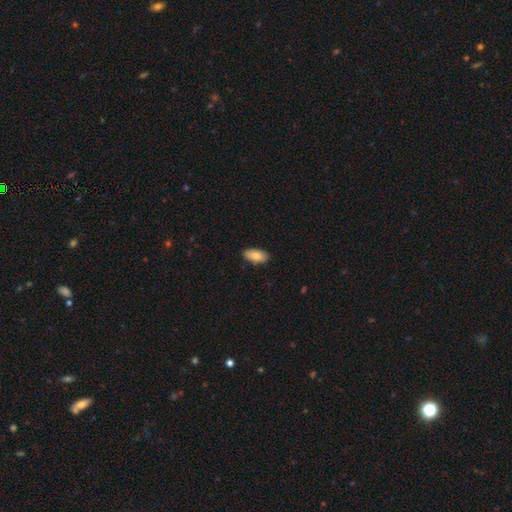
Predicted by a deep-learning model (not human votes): A smooth galaxy with no disk features (83%) that is in between round and cigar-shaped (92%).

Vote fractions:
- Smooth or featured? smooth: 83% / featured or disk: 11% / star or artifact: 6%
- How rounded? in between: 92% / cigar-shaped: 5% / round: 2%
- Merging? none: 86% / minor disturbance: 11% / major disturbance: 2% / merger: 1%